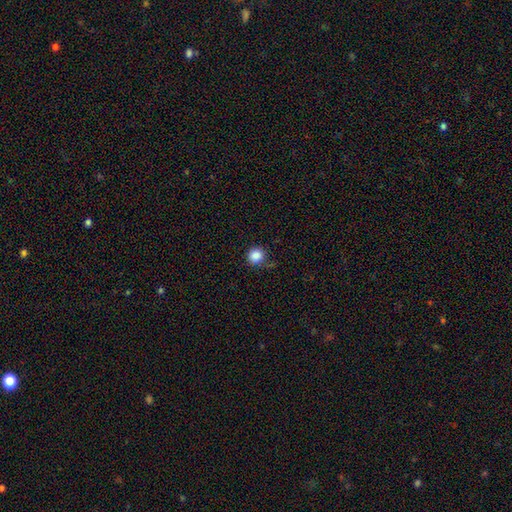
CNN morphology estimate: smooth 86%, star or artifact 10%, featured or disk 4%. Down the decision tree: how rounded — round (91%); merging — none (79%).